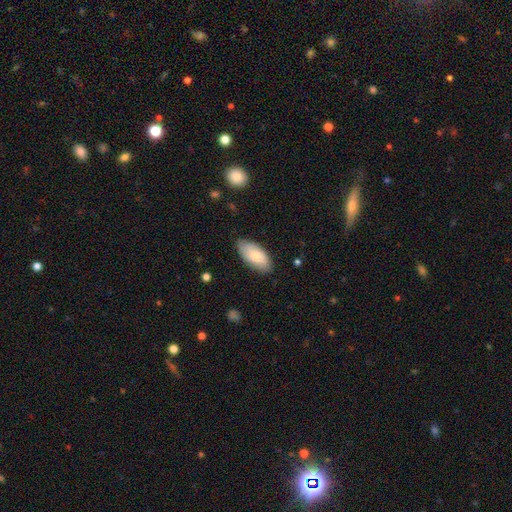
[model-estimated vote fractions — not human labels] Overall: smooth (77%). How rounded: in between (92%). Merging: none (78%).